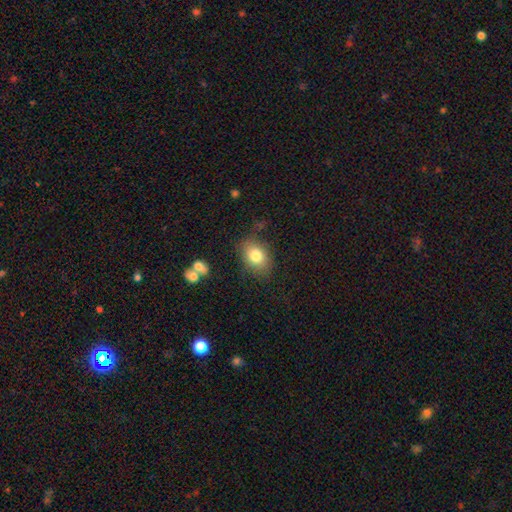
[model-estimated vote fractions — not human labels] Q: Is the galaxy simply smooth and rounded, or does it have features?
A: smooth — 80%.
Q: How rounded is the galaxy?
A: in between — 72%.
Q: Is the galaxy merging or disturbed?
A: none — 75%.